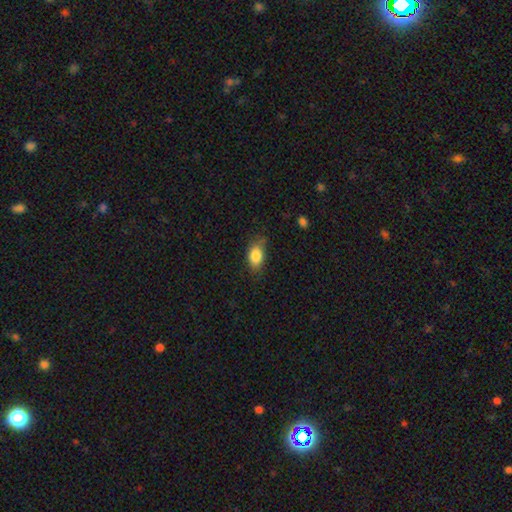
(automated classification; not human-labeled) Smooth or featured? Predicted: smooth (p=0.85). How rounded? Predicted: in between (p=0.85). Merging? Predicted: none (p=0.66).